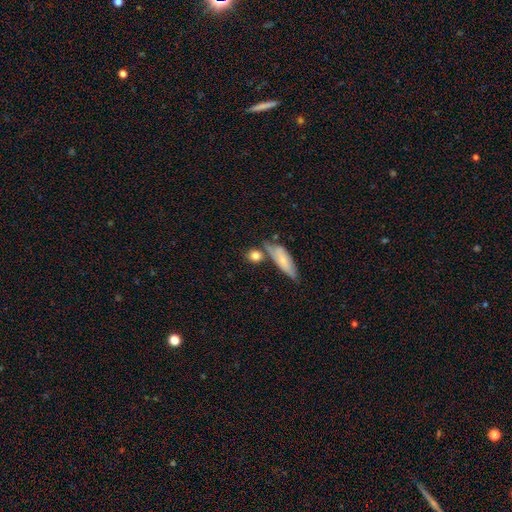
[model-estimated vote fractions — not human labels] Morphology: type=smooth (81%); roundness=round (73%); merging=none (65%).